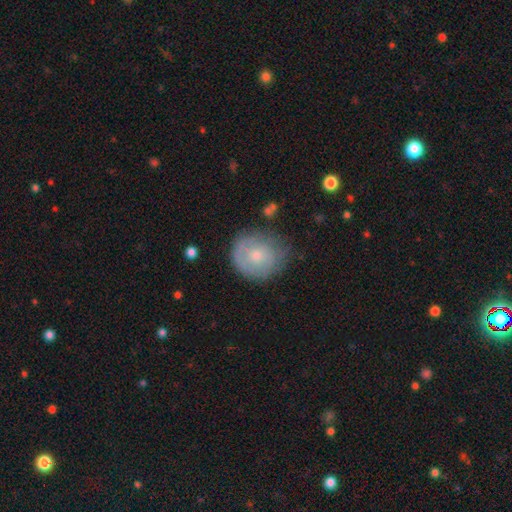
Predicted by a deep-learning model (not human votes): Smooth or featured? smooth (52%)
How rounded? round (83%)
Merging? none (62%)